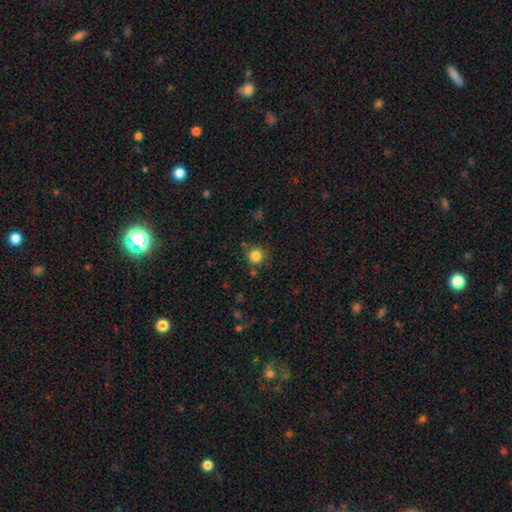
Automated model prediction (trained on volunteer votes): Smooth or featured: smooth — 84% (star or artifact — 12%)
How rounded: round — 93% (in between — 6%)
Merging: none — 80% (minor disturbance — 12%)